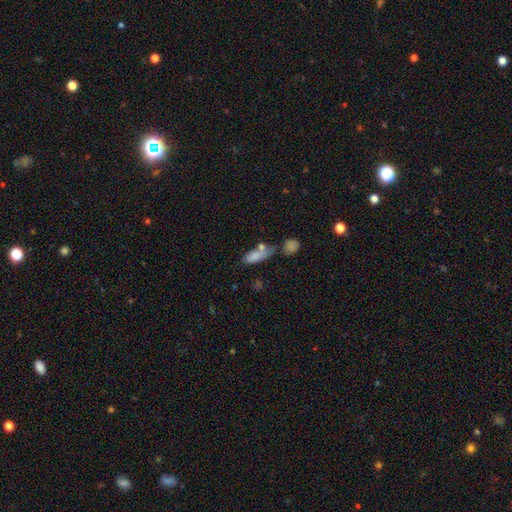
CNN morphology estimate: smooth 78%, featured or disk 12%, star or artifact 9%. Down the decision tree: how rounded — in between (69%); merging — none (39%).